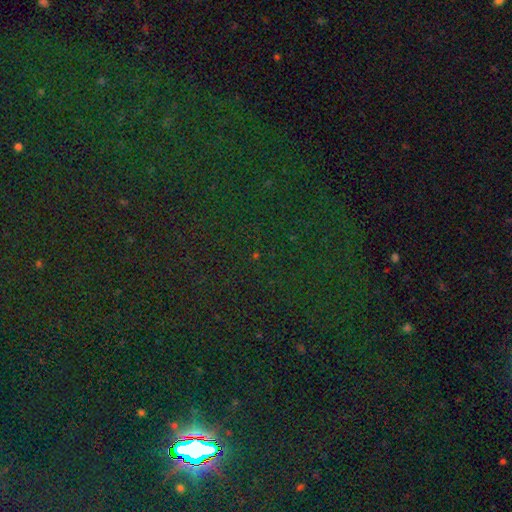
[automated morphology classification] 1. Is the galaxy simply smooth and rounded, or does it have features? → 75% star or artifact, 17% smooth, 8% featured or disk.